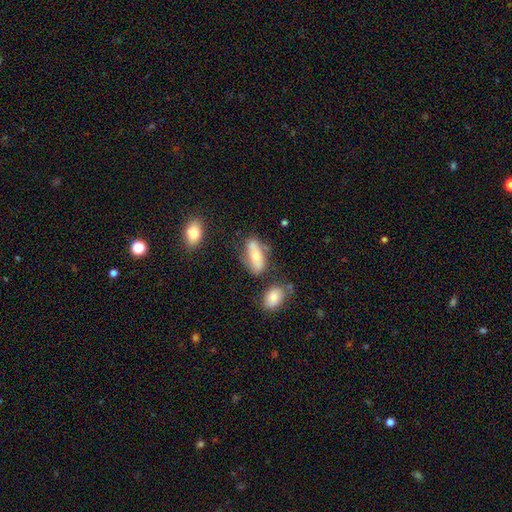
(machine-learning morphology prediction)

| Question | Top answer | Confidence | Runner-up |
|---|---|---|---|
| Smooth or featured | smooth | 61% | featured or disk (32%) |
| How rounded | in between | 77% | cigar-shaped (20%) |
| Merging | none | 58% | minor disturbance (21%) |